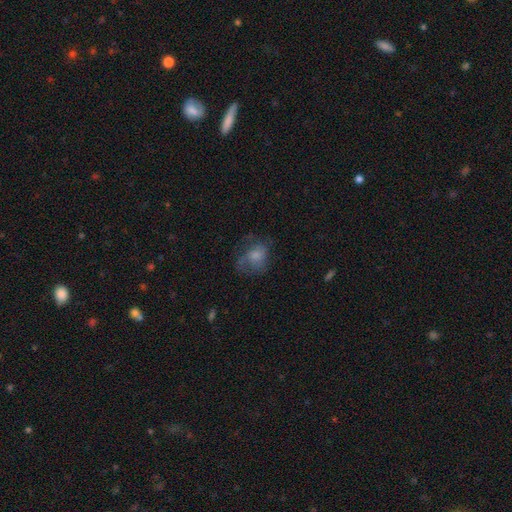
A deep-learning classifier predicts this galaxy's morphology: Smooth or featured?
  - smooth: 62% *
  - featured or disk: 27%
  - star or artifact: 11%
How rounded?
  - in between: 50% *
  - round: 49%
  - cigar-shaped: 1%
Merging?
  - none: 42% *
  - major disturbance: 31%
  - minor disturbance: 25%
  - merger: 2%